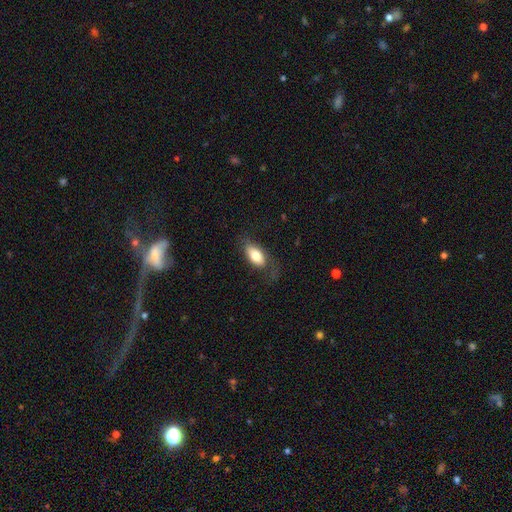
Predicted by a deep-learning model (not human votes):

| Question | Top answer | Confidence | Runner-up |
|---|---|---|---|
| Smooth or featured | smooth | 75% | featured or disk (18%) |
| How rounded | in between | 89% | cigar-shaped (7%) |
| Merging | none | 61% | minor disturbance (23%) |